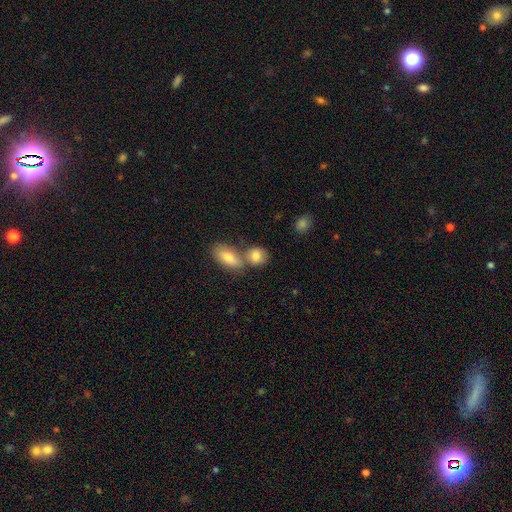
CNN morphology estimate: This is clearly a smooth galaxy (82%). How rounded: possibly in between (56%). Merging: marginally merger (44%).